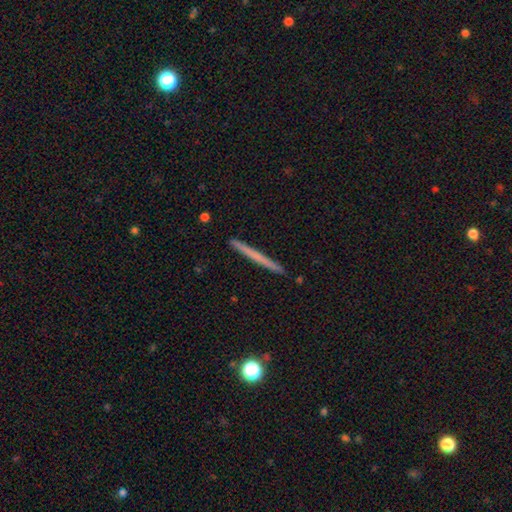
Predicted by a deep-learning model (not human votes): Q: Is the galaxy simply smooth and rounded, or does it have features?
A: smooth — 53%.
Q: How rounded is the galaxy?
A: cigar-shaped — 97%.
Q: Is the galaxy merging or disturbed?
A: none — 93%.